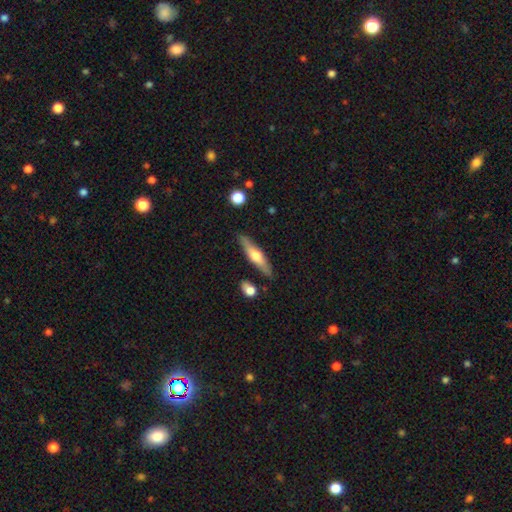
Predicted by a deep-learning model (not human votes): Morphology: type=featured or disk (52%); edge-on=yes (91%); merging=none (82%).